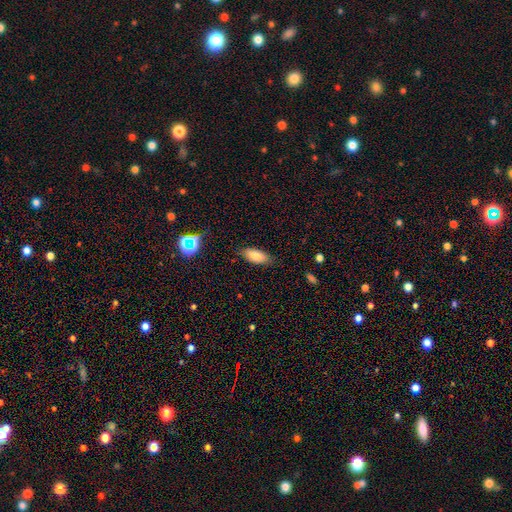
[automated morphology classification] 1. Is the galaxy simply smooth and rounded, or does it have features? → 79% smooth, 11% featured or disk, 10% star or artifact.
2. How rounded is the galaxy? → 85% in between, 12% cigar-shaped, 3% round.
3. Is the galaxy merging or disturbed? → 81% none, 15% minor disturbance, 3% major disturbance, 2% merger.